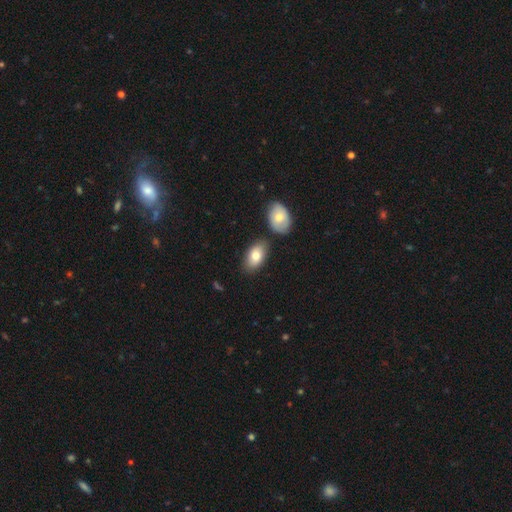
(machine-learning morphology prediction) smooth 77%, featured or disk 16%, star or artifact 7%. Down the decision tree: how rounded — in between (93%); merging — none (72%).